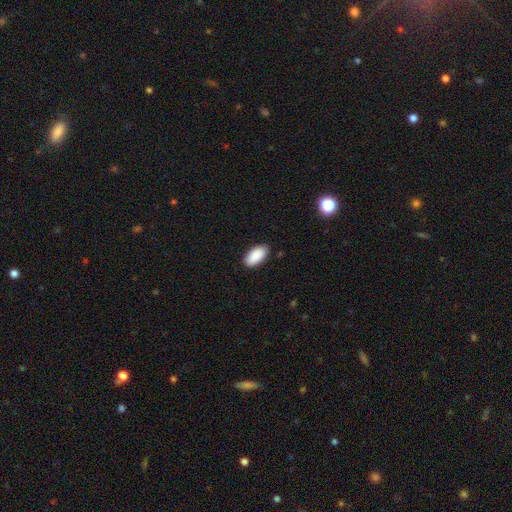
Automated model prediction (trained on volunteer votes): Smooth or featured? smooth (90%)
How rounded? in between (94%)
Merging? none (87%)